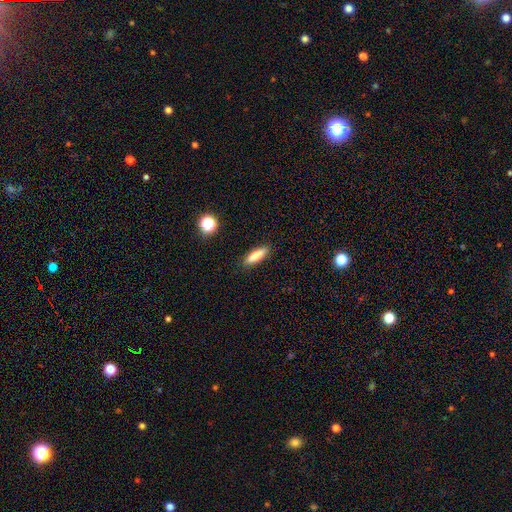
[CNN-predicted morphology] smooth_or_featured: smooth (p=0.78) [alt: featured or disk p=0.14]
how_rounded: cigar-shaped (p=0.61) [alt: in between p=0.37]
merging: none (p=0.88) [alt: minor disturbance p=0.08]